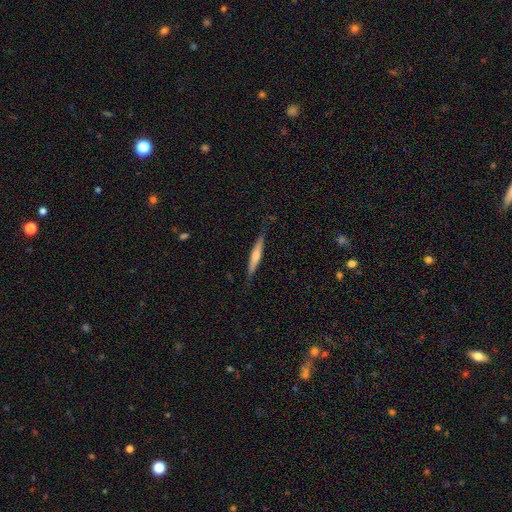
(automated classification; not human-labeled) Smooth or featured? Predicted: smooth (p=0.49). Merging? Predicted: none (p=0.83).